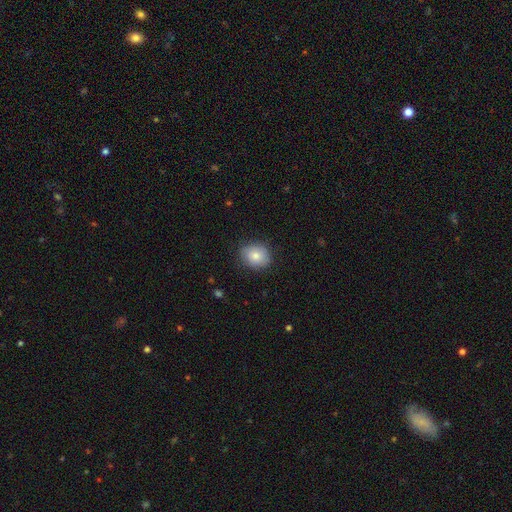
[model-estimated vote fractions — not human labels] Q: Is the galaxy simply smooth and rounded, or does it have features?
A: smooth — 82%.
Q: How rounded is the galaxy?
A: round — 64%.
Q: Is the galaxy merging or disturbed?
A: none — 81%.